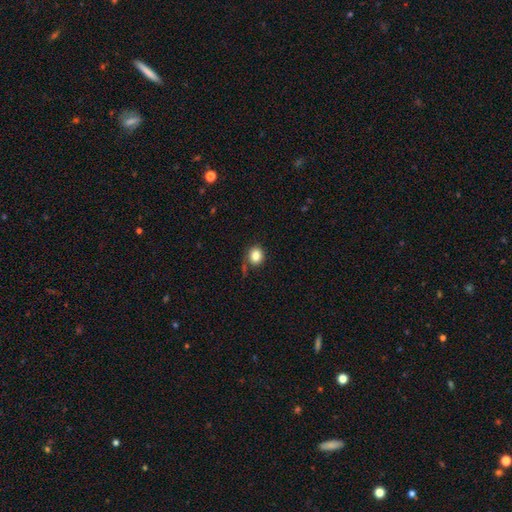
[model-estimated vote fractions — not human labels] smooth_or_featured: smooth (p=0.83) [alt: star or artifact p=0.10]
how_rounded: round (p=0.80) [alt: in between p=0.20]
merging: none (p=0.74) [alt: minor disturbance p=0.15]